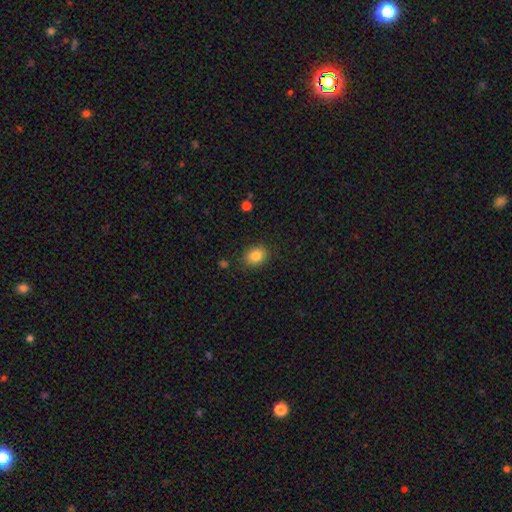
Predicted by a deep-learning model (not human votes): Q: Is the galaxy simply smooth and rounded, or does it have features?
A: smooth — 85%.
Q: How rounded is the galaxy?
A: in between — 53%.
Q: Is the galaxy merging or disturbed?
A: none — 87%.